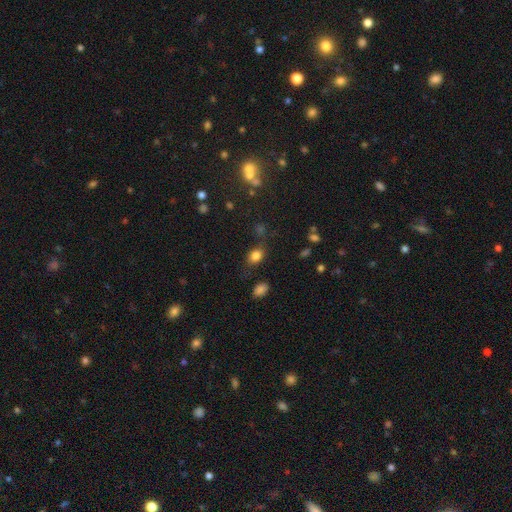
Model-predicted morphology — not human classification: type=smooth (81%); roundness=in between (65%); merging=none (71%).